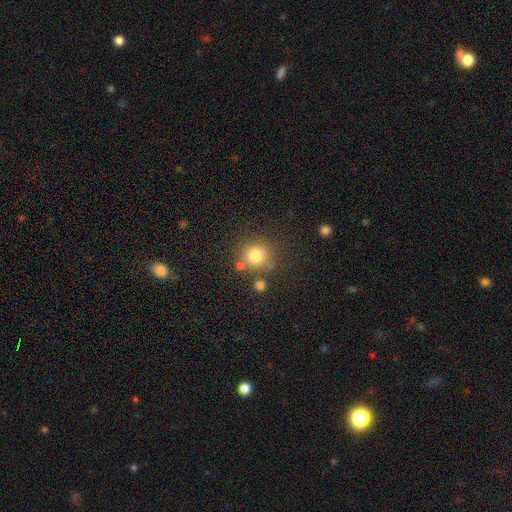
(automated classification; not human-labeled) The model was most divided on "merging": none: 68%, minor disturbance: 13%, merger: 13%, major disturbance: 5%. More confident: how rounded — round (87%); smooth or featured — smooth (79%).